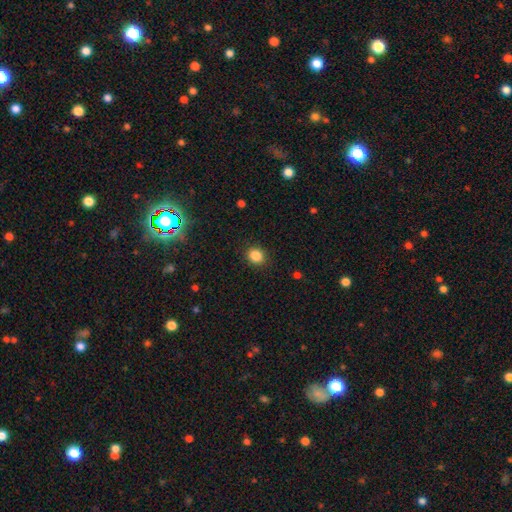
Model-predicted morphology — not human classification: smooth-or-featured: smooth: 85% | star or artifact: 11% | featured or disk: 4%
  how-rounded: round: 74% | in between: 26% | cigar-shaped: 1%
  merging: none: 89% | minor disturbance: 7% | major disturbance: 2% | merger: 1%